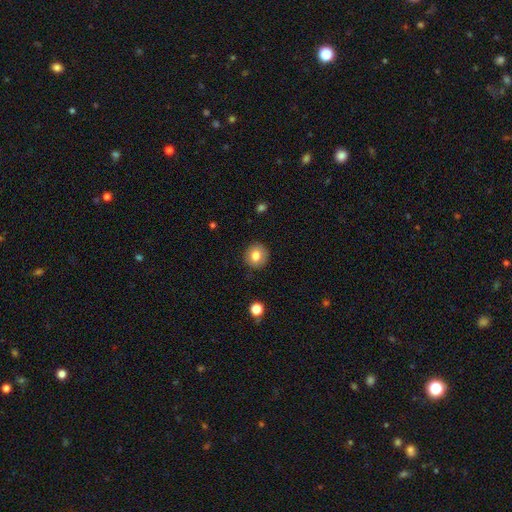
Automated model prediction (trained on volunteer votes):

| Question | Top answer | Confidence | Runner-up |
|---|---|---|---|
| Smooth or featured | smooth | 81% | featured or disk (10%) |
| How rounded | round | 90% | in between (9%) |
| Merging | none | 89% | minor disturbance (8%) |